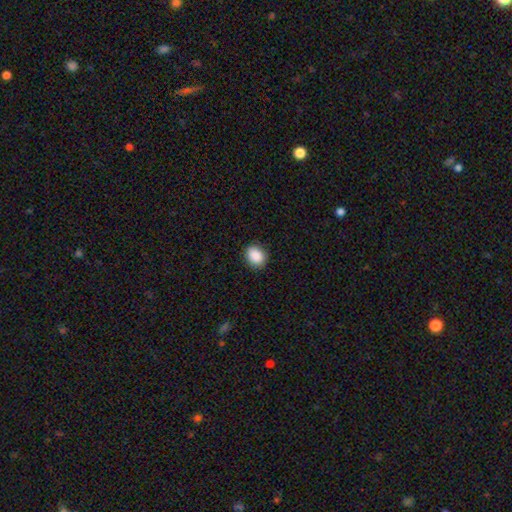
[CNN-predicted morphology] This is clearly a smooth galaxy (88%). How rounded: possibly in between (50%). Merging: clearly none (88%).